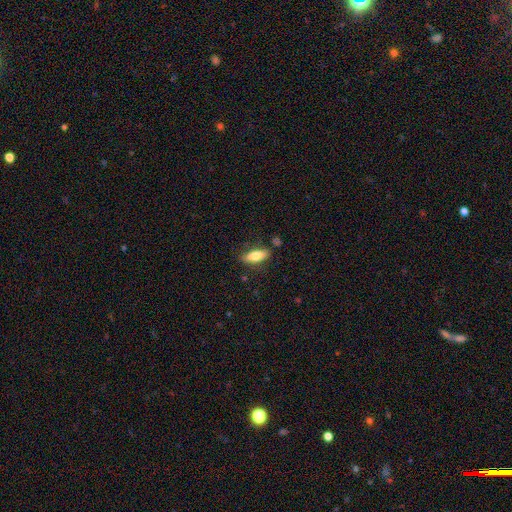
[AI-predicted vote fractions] smooth_or_featured: smooth (p=0.79) [alt: featured or disk p=0.15]
how_rounded: in between (p=0.68) [alt: cigar-shaped p=0.30]
merging: none (p=0.78) [alt: minor disturbance p=0.15]